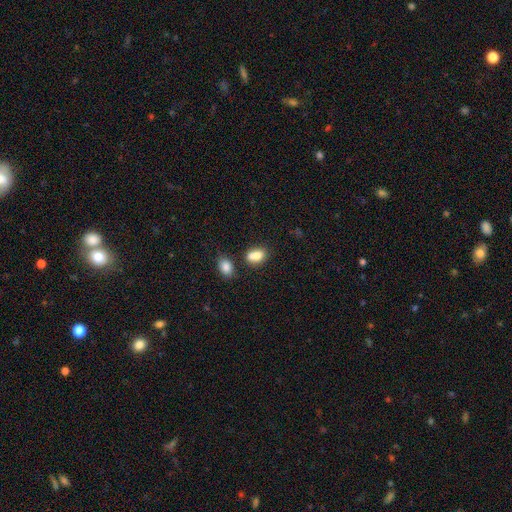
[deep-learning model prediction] Overall: smooth (83%). How rounded: in between (77%). Merging: none (49%; merger 30%).